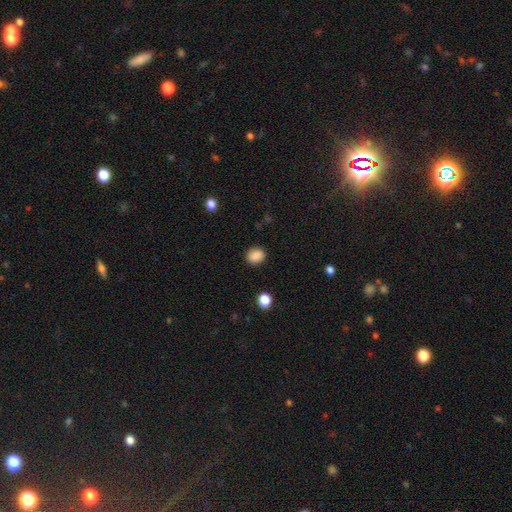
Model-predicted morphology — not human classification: smooth-or-featured: smooth: 88% | star or artifact: 9% | featured or disk: 3%
  how-rounded: round: 63% | in between: 36% | cigar-shaped: 1%
  merging: none: 88% | minor disturbance: 8% | major disturbance: 3% | merger: 1%